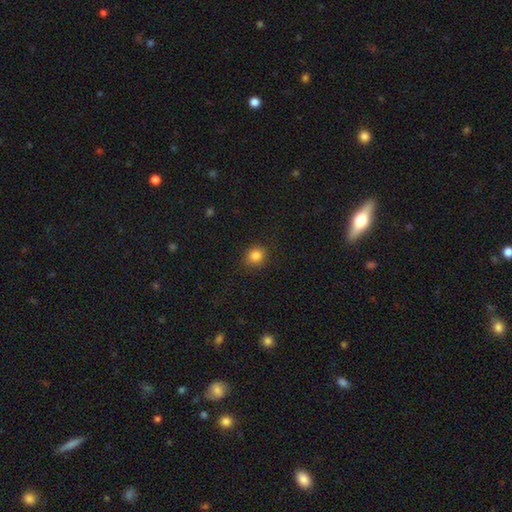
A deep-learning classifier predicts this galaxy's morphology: This appears to be a smooth galaxy with no disk features (84%) that is round (81%). Merging: none (87%).